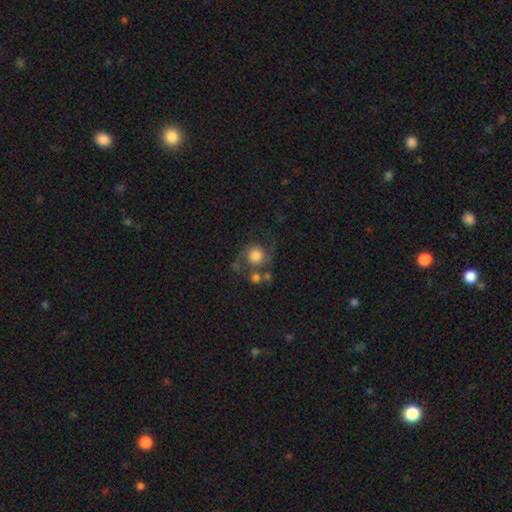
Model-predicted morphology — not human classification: The model was most divided on "smooth or featured": smooth: 55%, featured or disk: 35%, star or artifact: 10%. More confident: how rounded — round (88%); merging — none (51%).